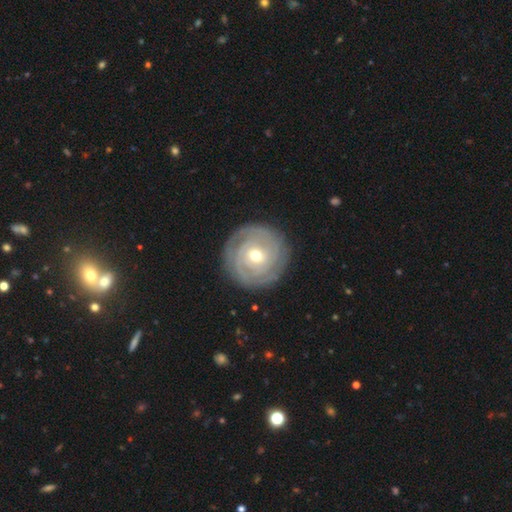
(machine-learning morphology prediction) A featured or disk galaxy (79%) with no bar (66%), tight (85%) spiral arms (89%) and a moderate central bulge (57%).

Vote fractions:
- Smooth or featured? featured or disk: 79% / smooth: 15% / star or artifact: 5%
- Edge-on disk? no: 97% / yes: 3%
- Bar? no: 66% / weak: 26% / strong: 8%
- Spiral arms? yes: 89% / no: 11%
- Spiral winding? tight: 85% / medium: 12% / loose: 4%
- Spiral arm count? can't tell: 35% / 2: 26% / 3: 18% / 4: 8% / 1: 6% / more than 4: 6%
- Bulge size? moderate: 57% / small: 39% / large: 2% / dominant: 1% / none: 1%
- Merging? none: 85% / minor disturbance: 10% / major disturbance: 3% / merger: 1%